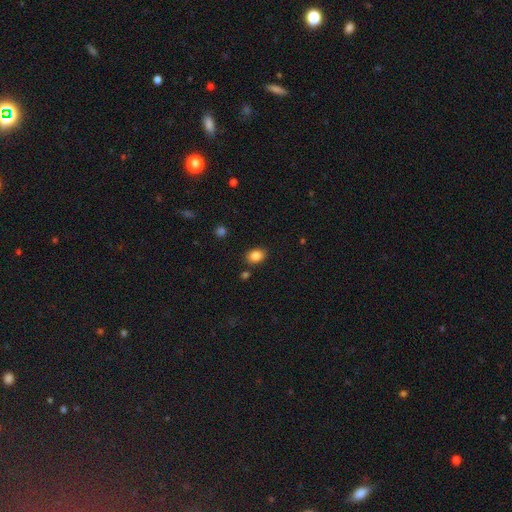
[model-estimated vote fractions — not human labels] Morphology: type=smooth (85%); roundness=in between (64%); merging=none (82%).